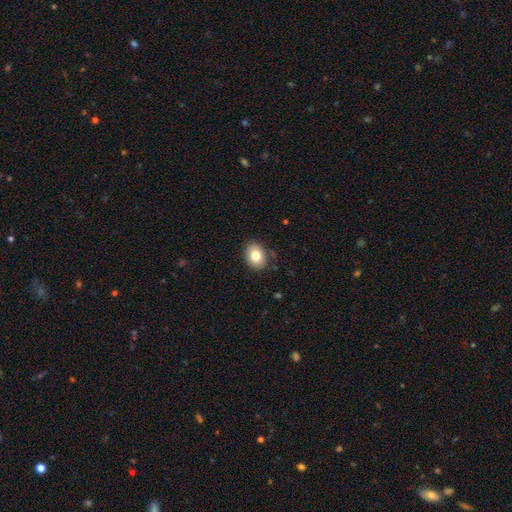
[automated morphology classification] A smooth galaxy with no disk features (80%) that is in between round and cigar-shaped (68%).

Vote fractions:
- Smooth or featured? smooth: 80% / featured or disk: 11% / star or artifact: 9%
- How rounded? in between: 68% / round: 31% / cigar-shaped: 1%
- Merging? none: 87% / minor disturbance: 10% / major disturbance: 2% / merger: 1%